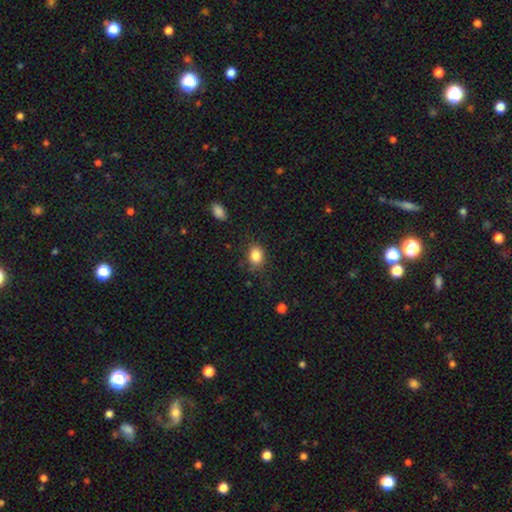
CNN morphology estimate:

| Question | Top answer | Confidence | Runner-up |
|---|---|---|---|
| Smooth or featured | smooth | 85% | star or artifact (9%) |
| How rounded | in between | 64% | round (35%) |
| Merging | none | 78% | minor disturbance (16%) |